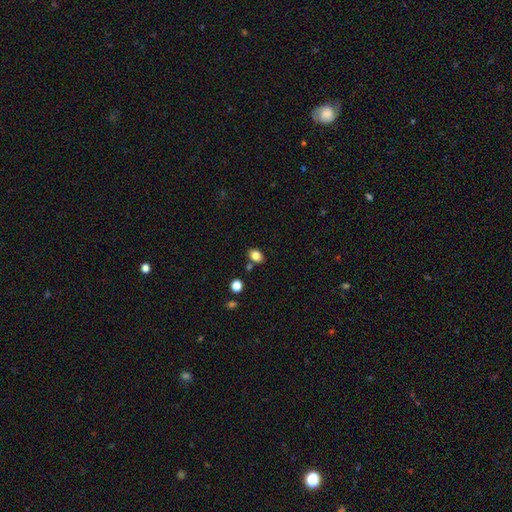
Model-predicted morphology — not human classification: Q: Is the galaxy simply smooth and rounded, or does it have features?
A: smooth — 84%.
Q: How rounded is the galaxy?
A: in between — 74%.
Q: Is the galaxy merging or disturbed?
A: none — 76%.